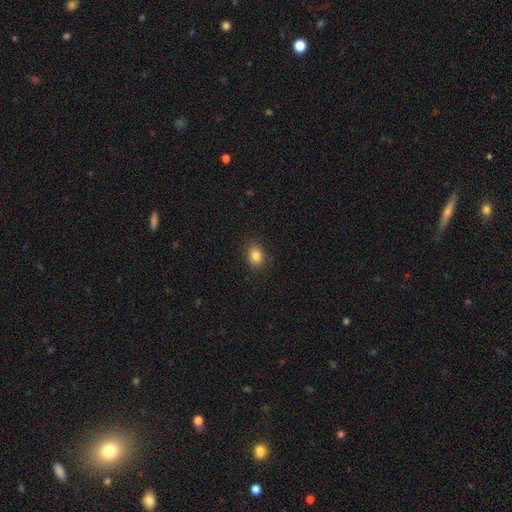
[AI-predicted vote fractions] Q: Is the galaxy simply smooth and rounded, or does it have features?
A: smooth — 84%.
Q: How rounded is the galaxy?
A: in between — 56%.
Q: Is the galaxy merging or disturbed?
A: none — 86%.